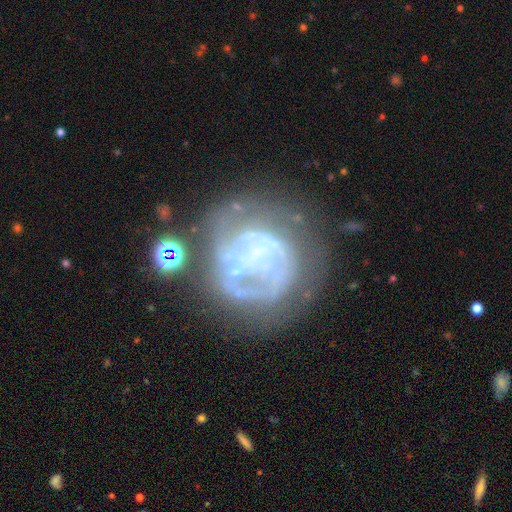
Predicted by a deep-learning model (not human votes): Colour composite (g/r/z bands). It shows a featured or disk galaxy (74%) with no bar (81%), no spiral arms (52%) and no central bulge (63%). Merging: none (48%).